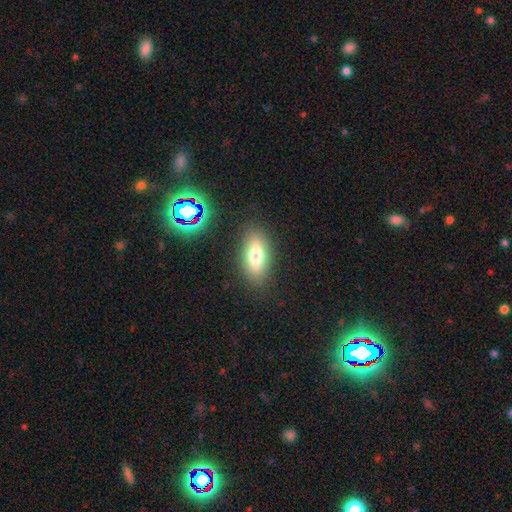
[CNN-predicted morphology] Smooth or featured: smooth — 69% (featured or disk — 20%)
How rounded: in between — 81% (cigar-shaped — 14%)
Merging: none — 85% (minor disturbance — 10%)